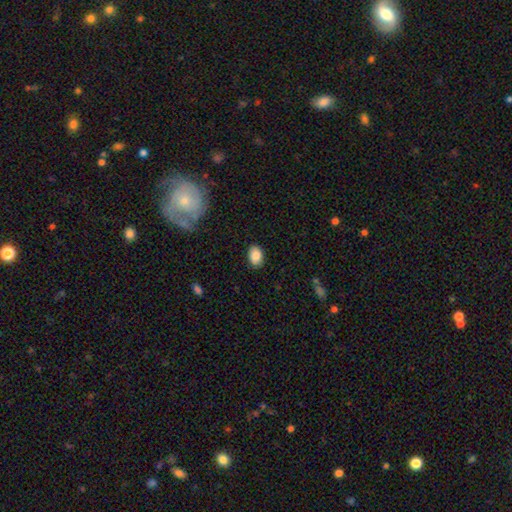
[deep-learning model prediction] smooth 88%, star or artifact 7%, featured or disk 4%. Down the decision tree: how rounded — in between (84%); merging — none (86%).